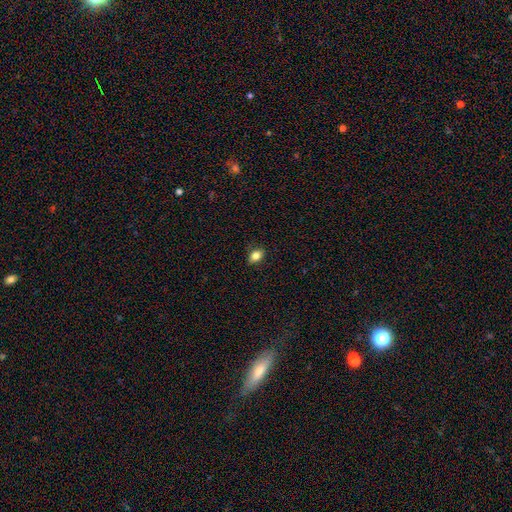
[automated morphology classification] smooth_or_featured: smooth (p=0.82) [alt: star or artifact p=0.10]
how_rounded: in between (p=0.79) [alt: round p=0.19]
merging: none (p=0.85) [alt: minor disturbance p=0.11]